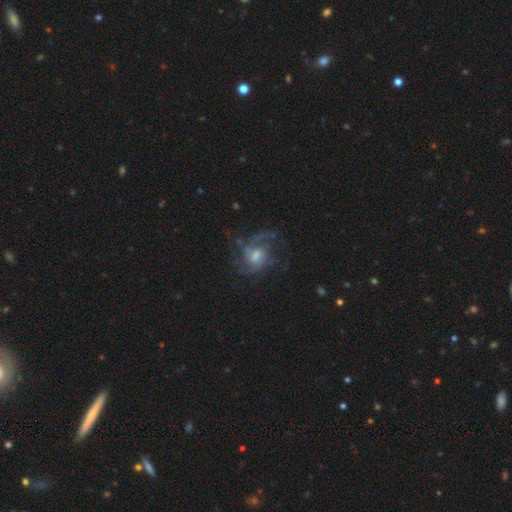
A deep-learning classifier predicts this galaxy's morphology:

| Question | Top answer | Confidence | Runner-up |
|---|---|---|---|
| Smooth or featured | featured or disk | 79% | smooth (12%) |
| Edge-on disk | no | 98% | yes (2%) |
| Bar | no | 57% | weak (37%) |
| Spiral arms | yes | 92% | no (8%) |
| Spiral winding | medium | 48% | loose (27%) |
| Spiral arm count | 2 | 27% | 3 (26%) |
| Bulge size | moderate | 53% | small (30%) |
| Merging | none | 57% | major disturbance (23%) |